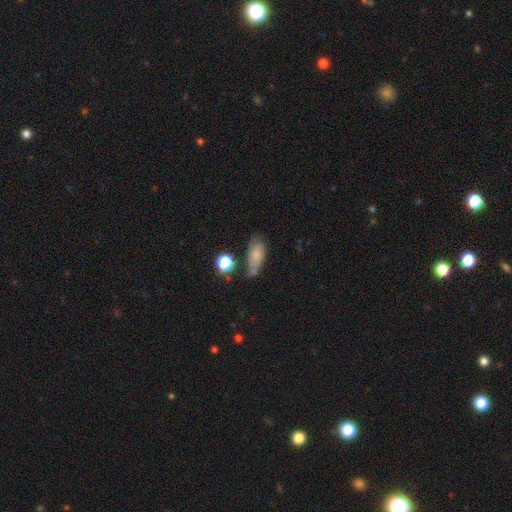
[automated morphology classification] A smooth galaxy with no disk features (61%) that is in between round and cigar-shaped (82%). Merging: none (43%).